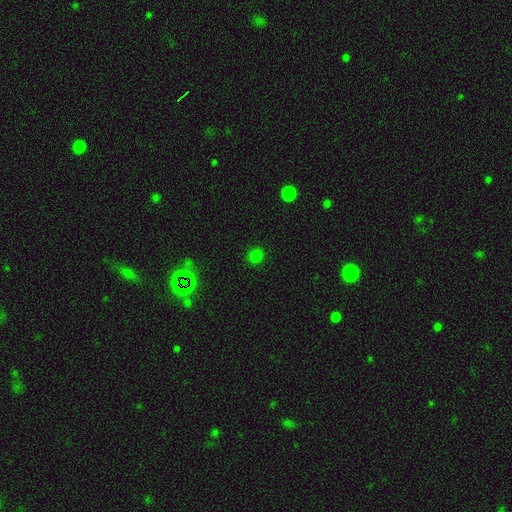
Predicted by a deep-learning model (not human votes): Overall: smooth (75%). How rounded: round (86%). Merging: none (89%).